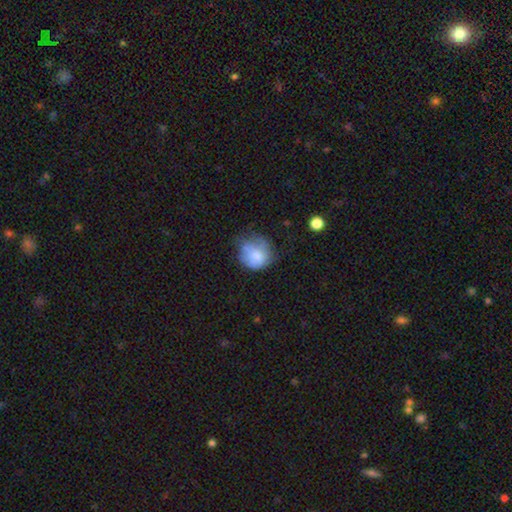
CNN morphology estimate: Smooth or featured? smooth (71%)
How rounded? round (78%)
Merging? none (44%)